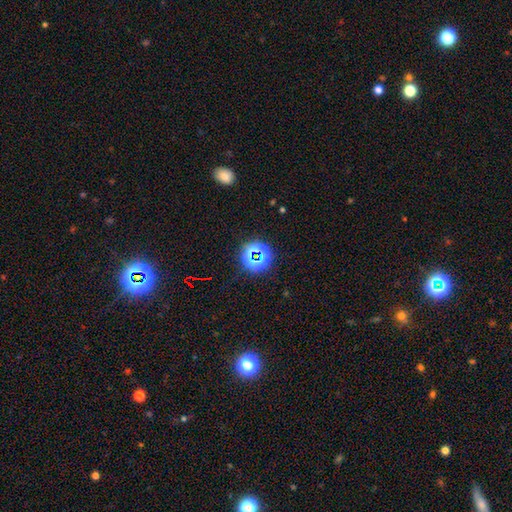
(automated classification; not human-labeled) Smooth or featured? Predicted: star or artifact (p=0.67).